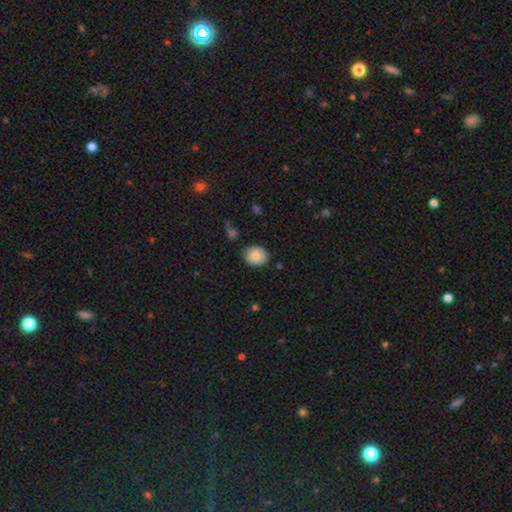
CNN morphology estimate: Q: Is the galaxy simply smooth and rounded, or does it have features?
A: smooth — 81%.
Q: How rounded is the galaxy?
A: round — 62%.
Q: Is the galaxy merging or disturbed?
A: none — 79%.